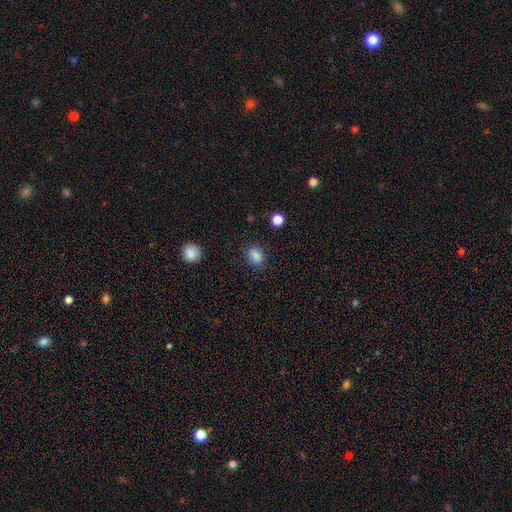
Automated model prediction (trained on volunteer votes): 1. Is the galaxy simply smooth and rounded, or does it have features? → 84% smooth, 10% star or artifact, 6% featured or disk.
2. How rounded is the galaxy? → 66% in between, 32% round, 2% cigar-shaped.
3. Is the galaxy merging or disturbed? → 83% none, 12% minor disturbance, 3% major disturbance, 2% merger.